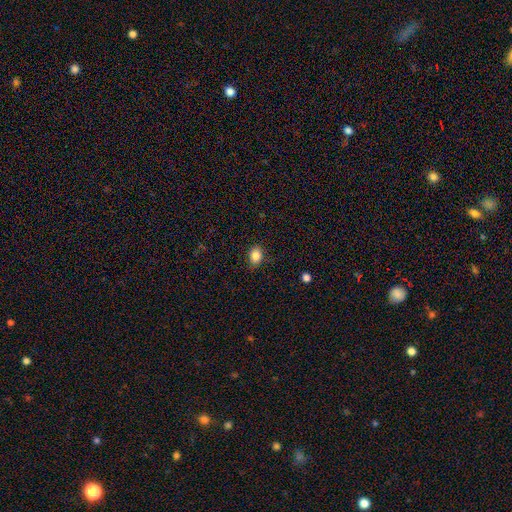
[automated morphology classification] smooth-or-featured: smooth: 86% | star or artifact: 10% | featured or disk: 5%
  how-rounded: in between: 65% | round: 34% | cigar-shaped: 1%
  merging: none: 82% | minor disturbance: 14% | major disturbance: 3% | merger: 1%